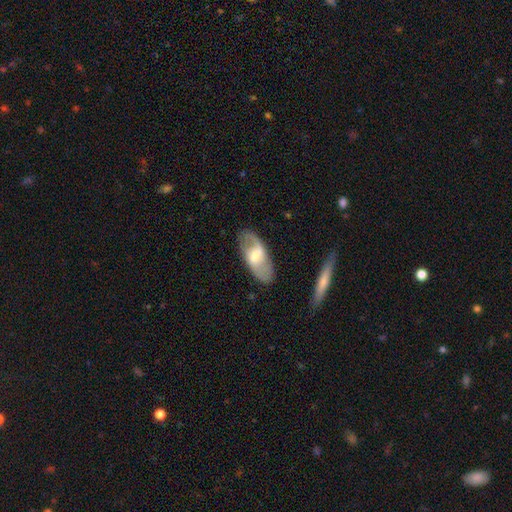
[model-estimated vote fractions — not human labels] Morphology: type=featured or disk (60%); edge-on=no (89%); bar=weak (50%); spiral arms=yes (77%); bulge=moderate (49%); merging=none (78%).